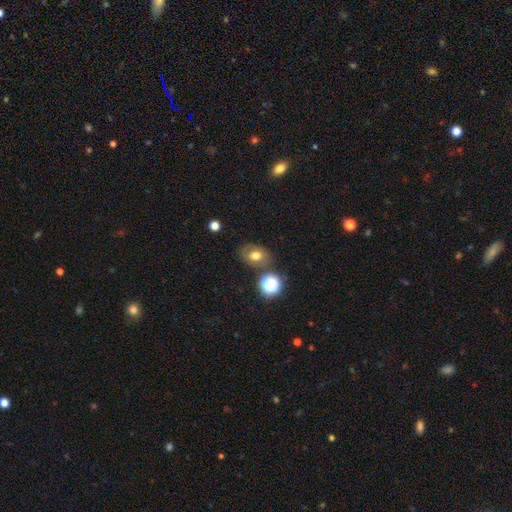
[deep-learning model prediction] smooth-or-featured: smooth: 67% | featured or disk: 18% | star or artifact: 15%
  how-rounded: in between: 64% | round: 35% | cigar-shaped: 1%
  merging: none: 74% | minor disturbance: 14% | merger: 7% | major disturbance: 5%